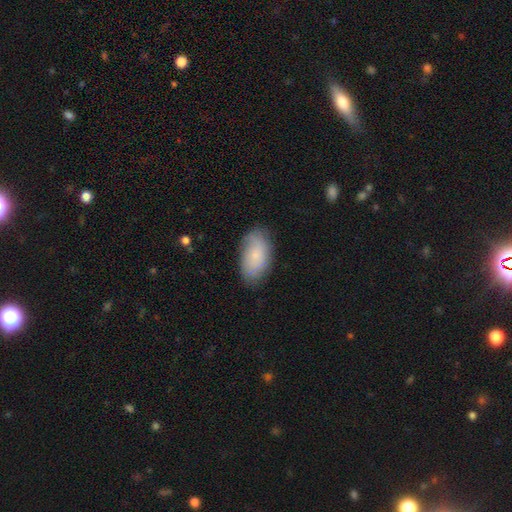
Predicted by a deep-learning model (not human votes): Q: Smooth or featured?
A: smooth (70%); runner-up: featured or disk (23%)
Q: How rounded?
A: in between (94%); runner-up: round (4%)
Q: Merging?
A: none (75%); runner-up: minor disturbance (19%)